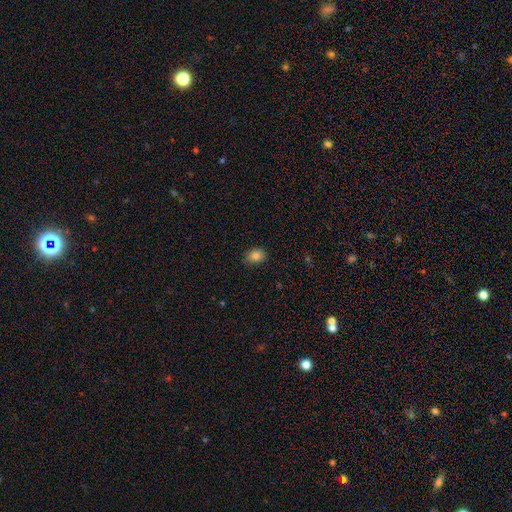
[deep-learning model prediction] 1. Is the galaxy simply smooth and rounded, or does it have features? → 84% smooth, 10% star or artifact, 6% featured or disk.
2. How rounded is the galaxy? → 69% in between, 30% round, 1% cigar-shaped.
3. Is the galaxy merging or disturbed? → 86% none, 11% minor disturbance, 2% major disturbance, 1% merger.